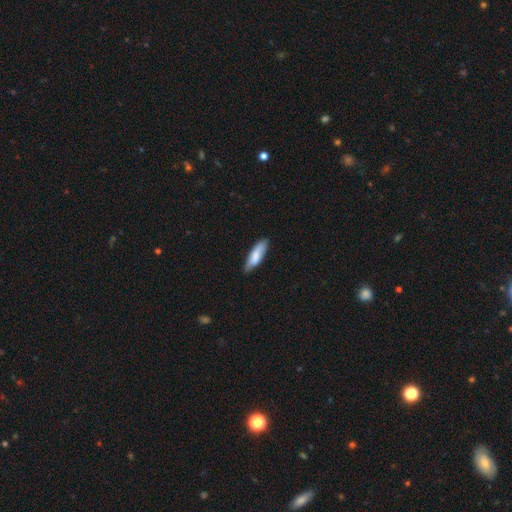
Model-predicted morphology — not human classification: Overall: smooth (78%). How rounded: cigar-shaped (57%; in between 41%). Merging: none (78%).